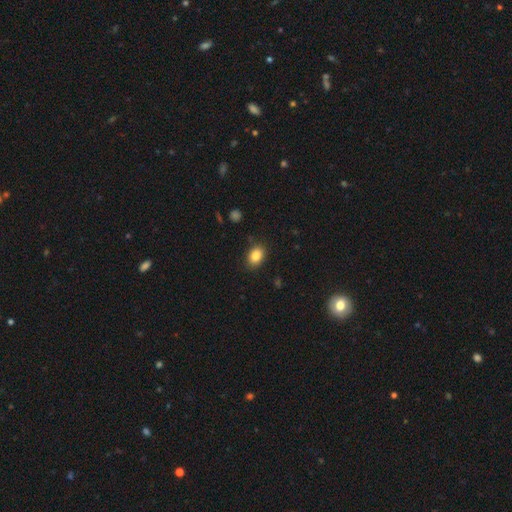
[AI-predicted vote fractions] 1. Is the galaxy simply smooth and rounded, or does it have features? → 85% smooth, 9% star or artifact, 6% featured or disk.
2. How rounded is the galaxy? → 69% in between, 30% round, 1% cigar-shaped.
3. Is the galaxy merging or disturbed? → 85% none, 11% minor disturbance, 3% major disturbance, 2% merger.